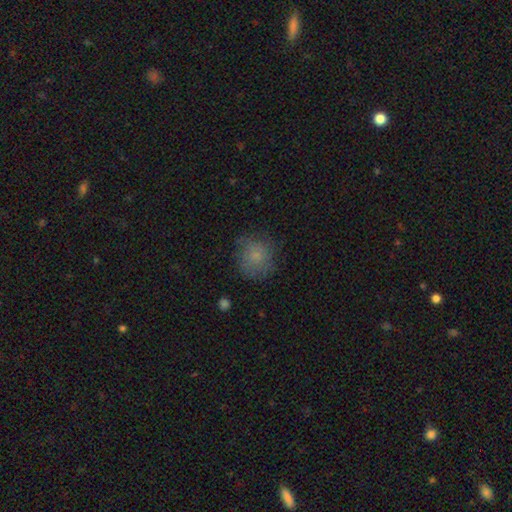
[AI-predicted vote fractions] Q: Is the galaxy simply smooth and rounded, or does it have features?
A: smooth — 76%.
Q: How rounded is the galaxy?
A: round — 84%.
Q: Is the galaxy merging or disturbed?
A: none — 69%.